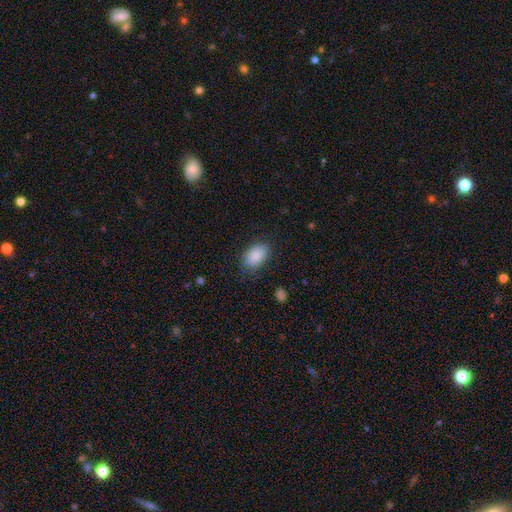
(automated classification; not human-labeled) Q: Smooth or featured?
A: smooth (89%); runner-up: star or artifact (7%)
Q: How rounded?
A: in between (91%); runner-up: round (8%)
Q: Merging?
A: none (82%); runner-up: minor disturbance (13%)